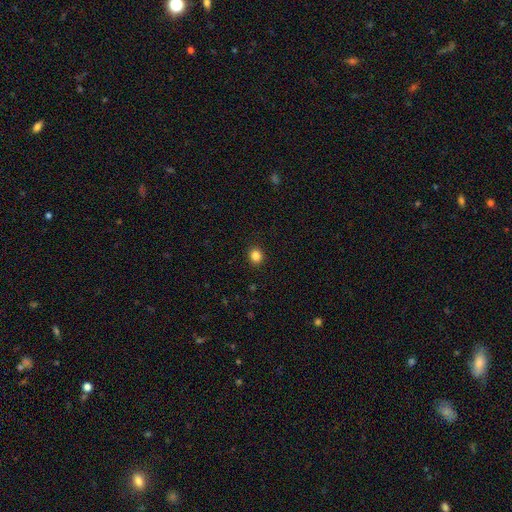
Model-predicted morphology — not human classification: Smooth or featured?
  - smooth: 85% *
  - star or artifact: 11%
  - featured or disk: 4%
How rounded?
  - round: 80% *
  - in between: 19%
  - cigar-shaped: 1%
Merging?
  - none: 92% *
  - minor disturbance: 5%
  - major disturbance: 2%
  - merger: 1%